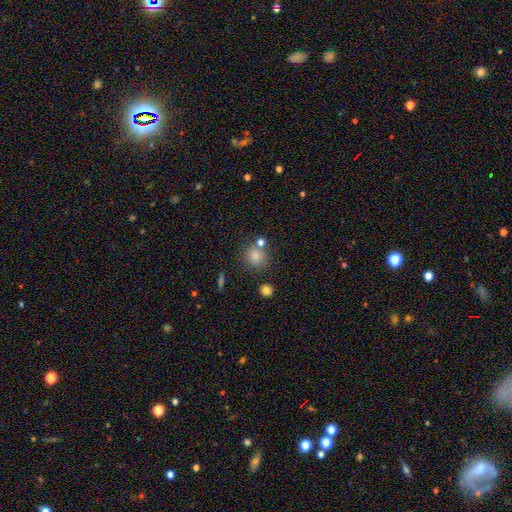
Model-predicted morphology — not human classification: smooth 80%, star or artifact 12%, featured or disk 7%. Down the decision tree: how rounded — round (87%); merging — none (69%).